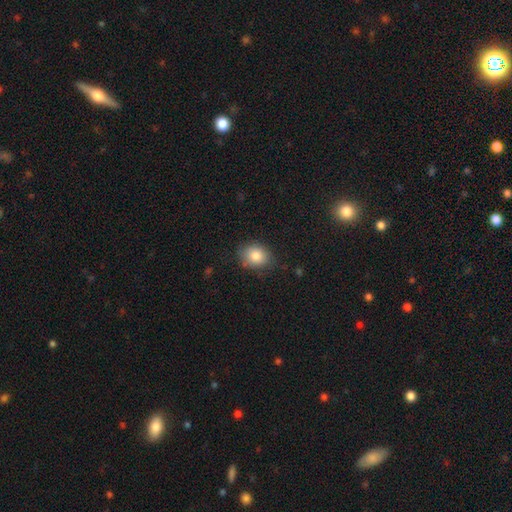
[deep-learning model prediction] Morphology: type=smooth (83%); roundness=in between (52%); merging=none (78%).